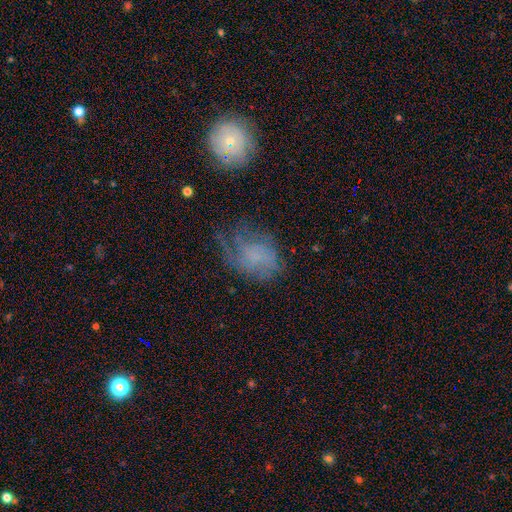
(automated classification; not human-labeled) This appears to be a featured or disk galaxy (48%). Merging: none (41%).